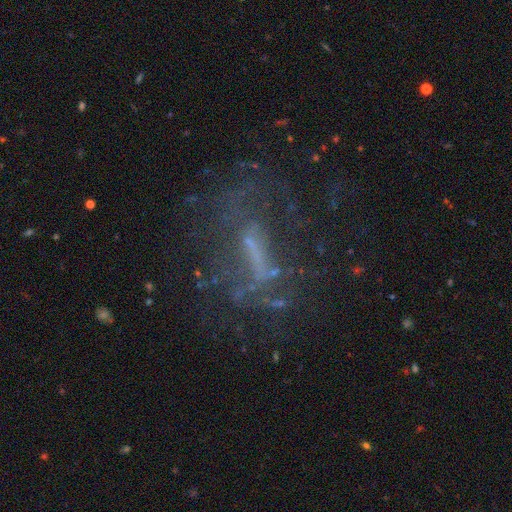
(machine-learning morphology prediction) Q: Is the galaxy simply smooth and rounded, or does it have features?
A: featured or disk — 60%.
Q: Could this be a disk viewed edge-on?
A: no — 84%.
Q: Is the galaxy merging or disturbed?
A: none — 53%.